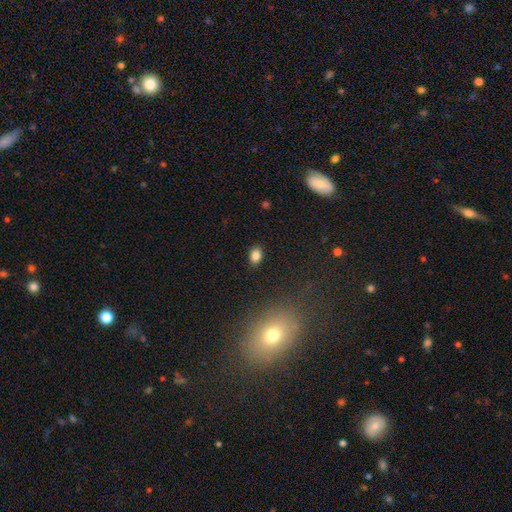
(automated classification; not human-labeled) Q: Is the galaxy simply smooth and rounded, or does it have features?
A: smooth — 84%.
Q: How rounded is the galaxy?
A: in between — 80%.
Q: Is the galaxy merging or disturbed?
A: none — 86%.